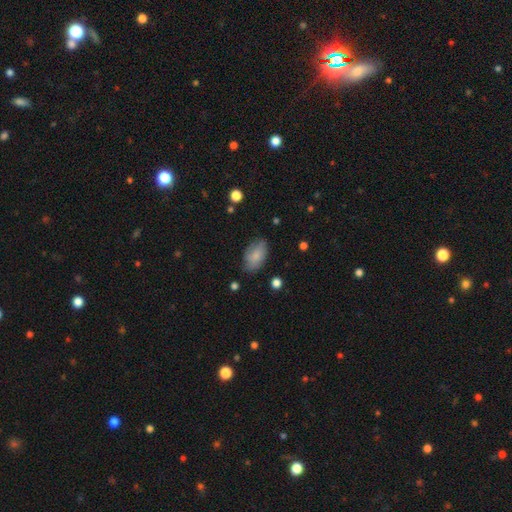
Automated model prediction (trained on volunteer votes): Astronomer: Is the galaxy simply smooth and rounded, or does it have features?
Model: smooth — 80%.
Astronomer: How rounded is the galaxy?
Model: in between — 93%.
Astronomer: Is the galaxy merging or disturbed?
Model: none — 72%.